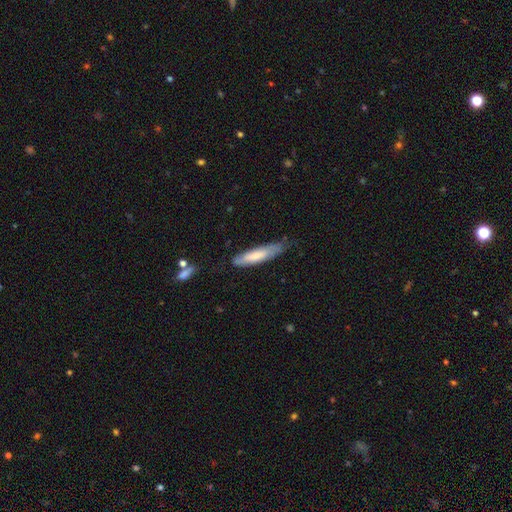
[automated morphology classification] Smooth or featured? smooth (65%)
How rounded? cigar-shaped (75%)
Merging? none (64%)